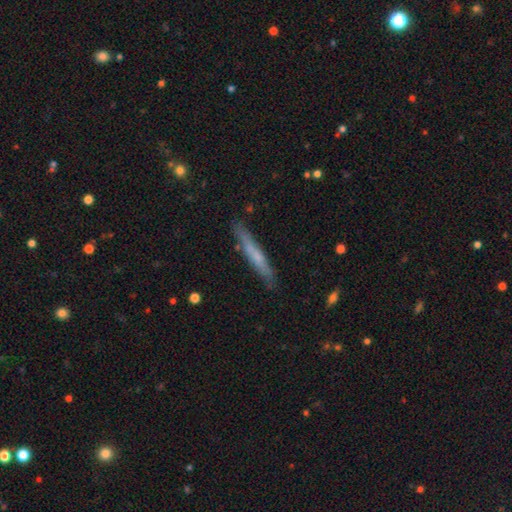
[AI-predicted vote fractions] A smooth galaxy with no disk features (56%) that is cigar-shaped (95%).

Vote fractions:
- Smooth or featured? smooth: 56% / featured or disk: 38% / star or artifact: 6%
- How rounded? cigar-shaped: 95% / in between: 4% / round: 1%
- Merging? none: 82% / minor disturbance: 13% / major disturbance: 2% / merger: 2%